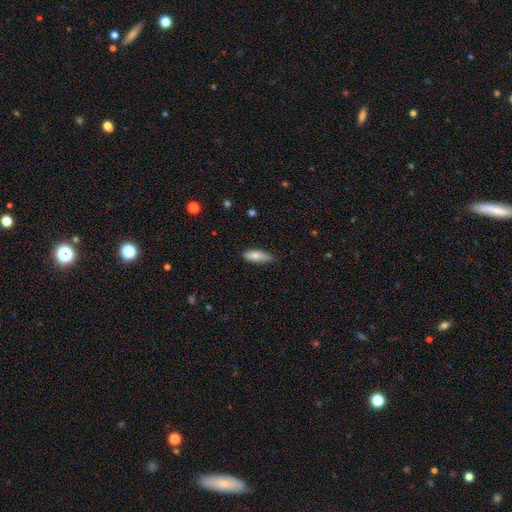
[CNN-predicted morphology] A smooth galaxy with no disk features (77%) that is in between round and cigar-shaped (65%). Merging: none (70%).